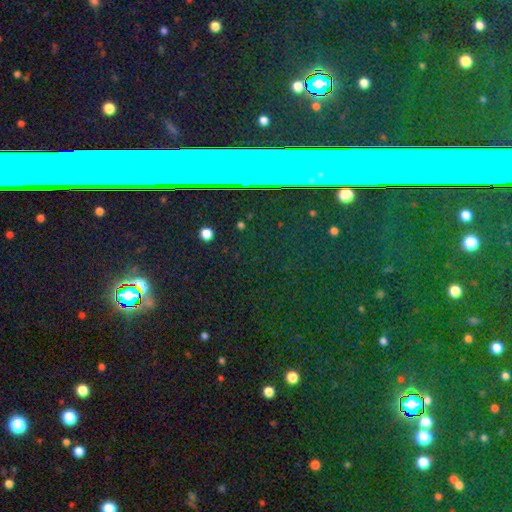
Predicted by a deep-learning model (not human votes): Morphology: type=star or artifact (74%).